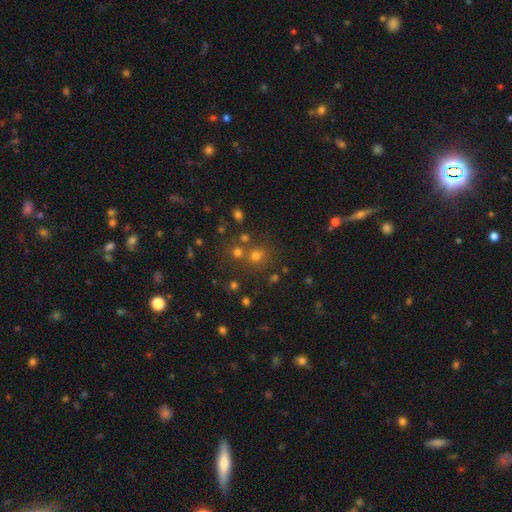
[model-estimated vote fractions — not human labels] smooth 56%, star or artifact 35%, featured or disk 10%. Down the decision tree: how rounded — round (86%); merging — none (67%).